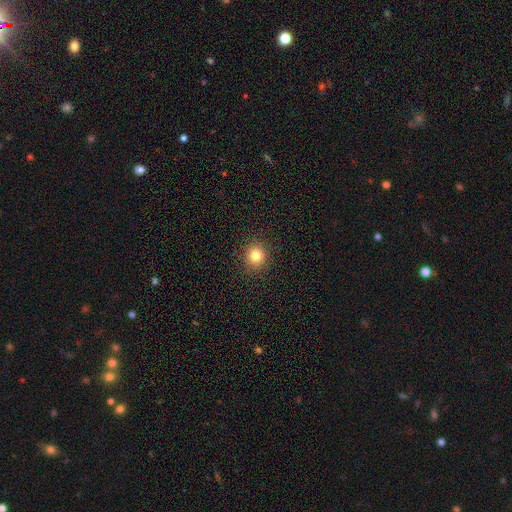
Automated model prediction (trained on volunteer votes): smooth-or-featured: smooth: 81% | star or artifact: 13% | featured or disk: 7%
  how-rounded: round: 85% | in between: 14% | cigar-shaped: 1%
  merging: none: 91% | minor disturbance: 6% | major disturbance: 2% | merger: 1%